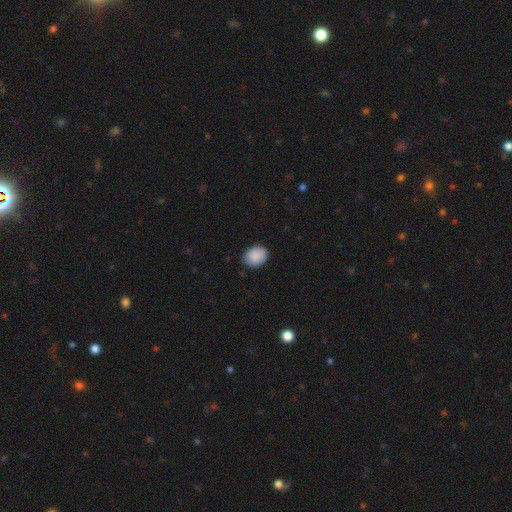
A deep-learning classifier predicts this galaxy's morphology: smooth_or_featured: smooth (p=0.90) [alt: star or artifact p=0.07]
how_rounded: in between (p=0.50) [alt: round p=0.49]
merging: none (p=0.87) [alt: minor disturbance p=0.10]